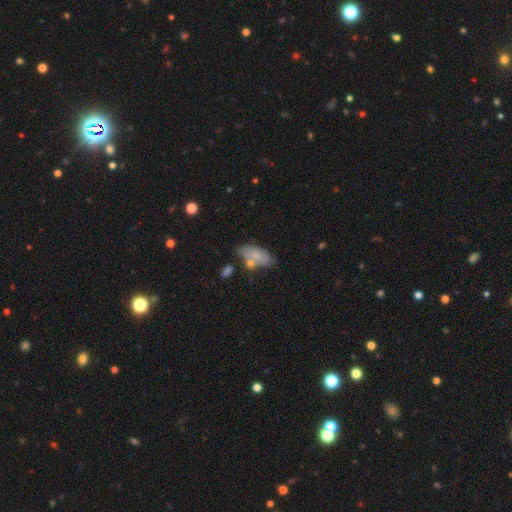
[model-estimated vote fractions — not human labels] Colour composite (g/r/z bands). It shows a smooth galaxy with no disk features (66%) that is in between round and cigar-shaped (90%). Merging: none (50%).